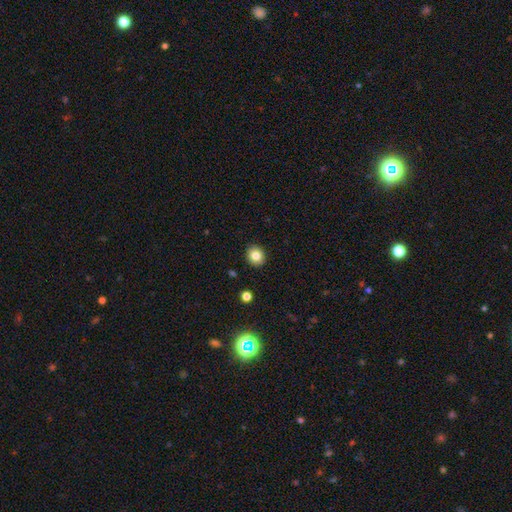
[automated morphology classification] Smooth or featured?
  - smooth: 82% *
  - star or artifact: 11%
  - featured or disk: 8%
How rounded?
  - round: 79% *
  - in between: 20%
  - cigar-shaped: 1%
Merging?
  - none: 91% *
  - minor disturbance: 6%
  - major disturbance: 2%
  - merger: 1%